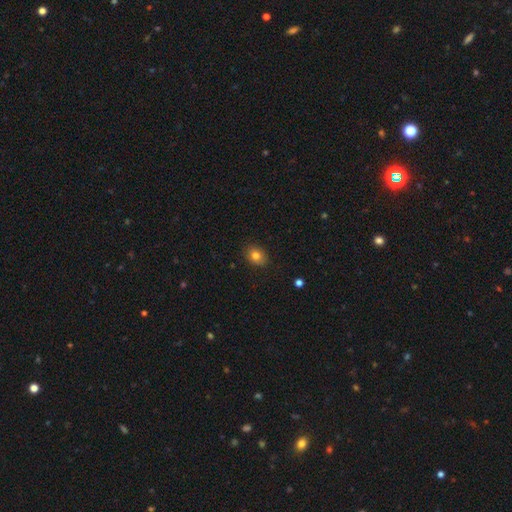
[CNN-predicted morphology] This is clearly a smooth galaxy (81%). How rounded: possibly in between (57%). Merging: clearly none (88%).